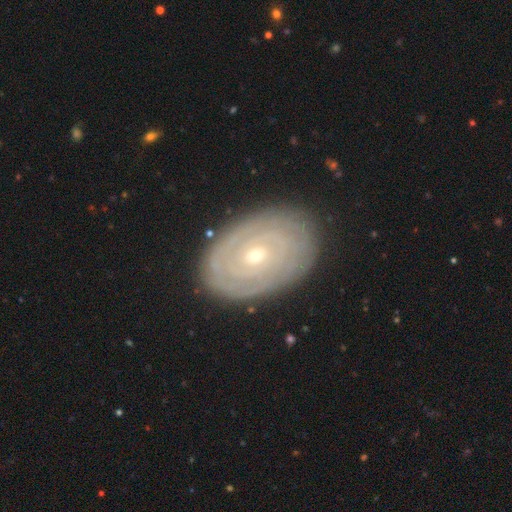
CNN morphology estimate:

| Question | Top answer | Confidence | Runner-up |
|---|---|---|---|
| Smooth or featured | featured or disk | 77% | smooth (16%) |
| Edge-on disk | no | 95% | yes (5%) |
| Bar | no | 76% | weak (19%) |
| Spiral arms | yes | 81% | no (19%) |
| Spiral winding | tight | 86% | medium (10%) |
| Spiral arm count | can't tell | 50% | 2 (20%) |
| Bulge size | small | 67% | moderate (30%) |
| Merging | none | 84% | minor disturbance (11%) |